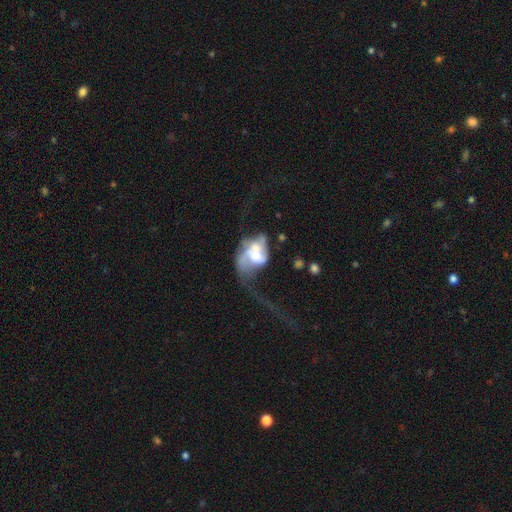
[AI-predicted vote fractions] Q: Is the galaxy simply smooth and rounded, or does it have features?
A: featured or disk — 64%.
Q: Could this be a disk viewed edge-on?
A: no — 97%.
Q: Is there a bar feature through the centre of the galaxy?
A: no — 67%.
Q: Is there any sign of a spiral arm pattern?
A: yes — 53%.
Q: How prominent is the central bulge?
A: moderate — 45%.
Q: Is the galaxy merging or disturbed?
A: major disturbance — 42%.